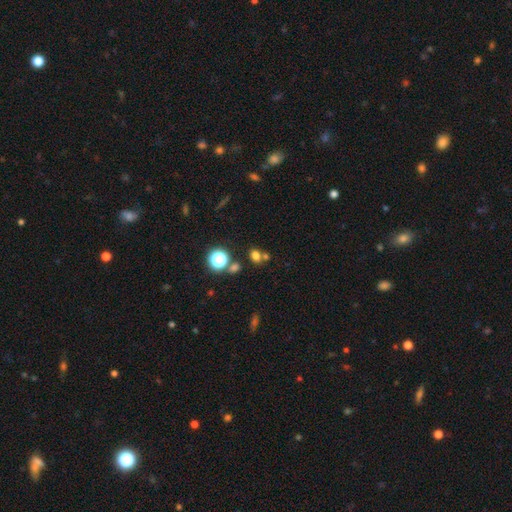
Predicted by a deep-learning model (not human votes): This is likely a smooth galaxy (69%). How rounded: possibly round (60%). Merging: likely none (64%).